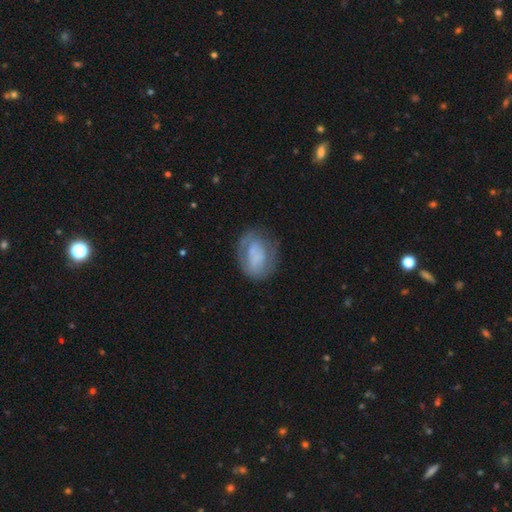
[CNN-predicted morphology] A smooth galaxy with no disk features (50%) that is in between round and cigar-shaped (66%). Merging: none (60%).